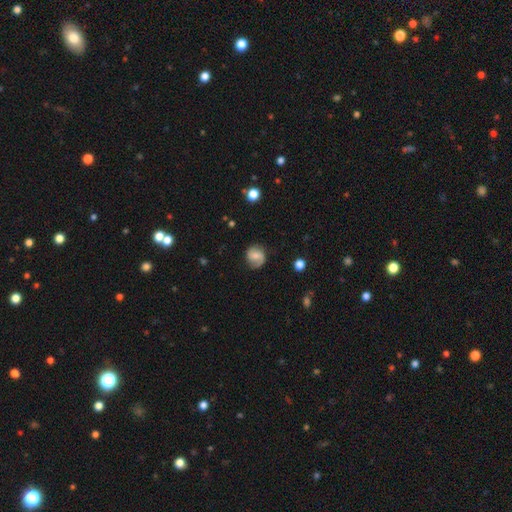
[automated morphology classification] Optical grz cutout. It shows a smooth galaxy with no disk features (48%). Merging: none (71%).